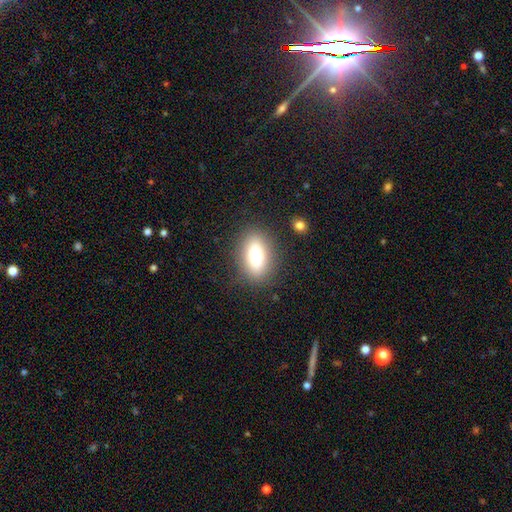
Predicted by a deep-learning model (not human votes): Q: Smooth or featured?
A: smooth (69%); runner-up: featured or disk (18%)
Q: How rounded?
A: in between (77%); runner-up: round (18%)
Q: Merging?
A: none (83%); runner-up: minor disturbance (10%)